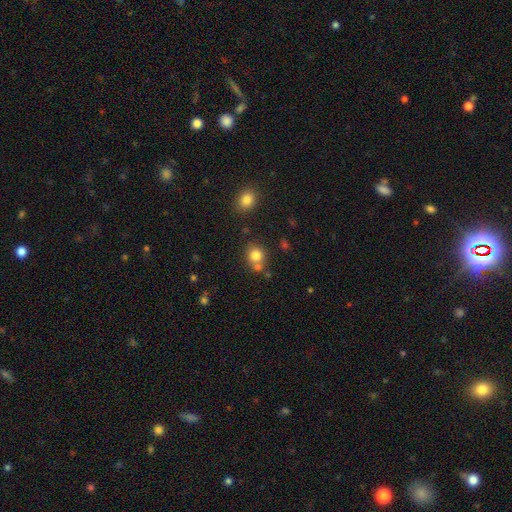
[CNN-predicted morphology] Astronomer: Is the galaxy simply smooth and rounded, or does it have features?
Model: smooth — 79%.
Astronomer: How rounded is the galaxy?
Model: round — 82%.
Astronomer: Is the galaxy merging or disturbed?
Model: none — 60%.